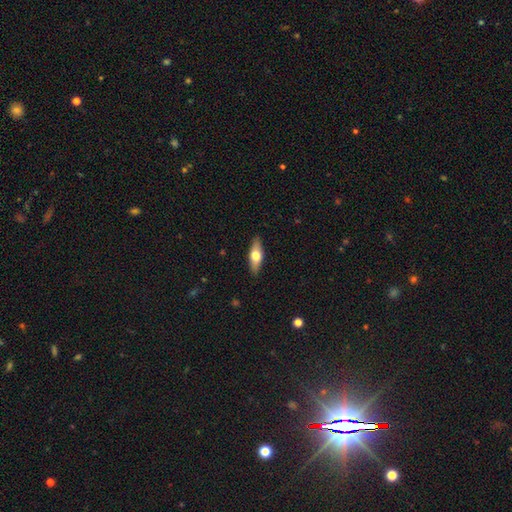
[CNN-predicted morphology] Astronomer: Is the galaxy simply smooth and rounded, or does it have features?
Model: smooth — 58% (runner-up: featured or disk, 36%).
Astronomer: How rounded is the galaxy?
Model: in between — 61% (runner-up: cigar-shaped, 36%).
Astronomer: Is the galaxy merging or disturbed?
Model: none — 88%.